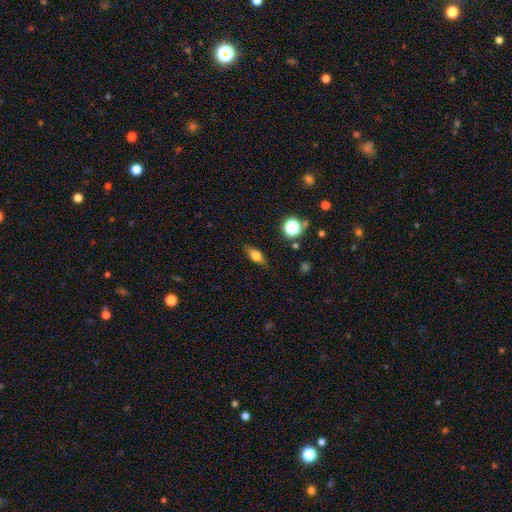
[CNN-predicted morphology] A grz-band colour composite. It shows a smooth galaxy with no disk features (67%) that is in between round and cigar-shaped (69%). Merging: none (83%).